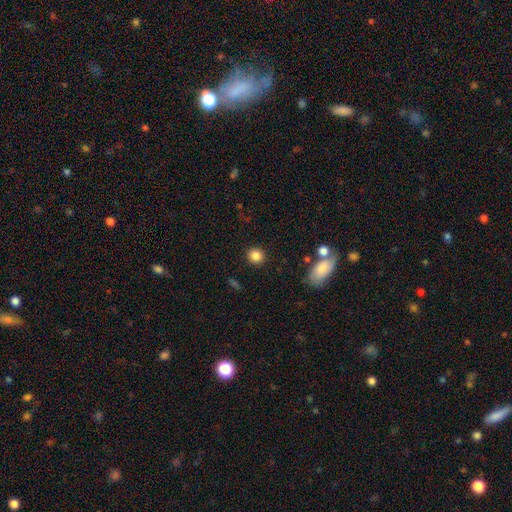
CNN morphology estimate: smooth 85%, star or artifact 10%, featured or disk 5%. Down the decision tree: how rounded — round (85%); merging — none (89%).